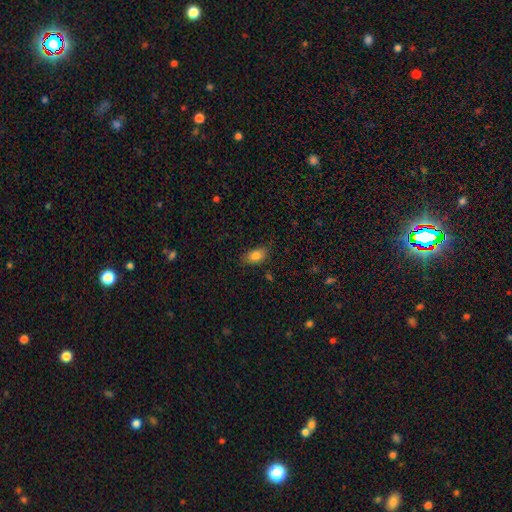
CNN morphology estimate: Overall: smooth (83%). How rounded: in between (89%). Merging: none (81%).